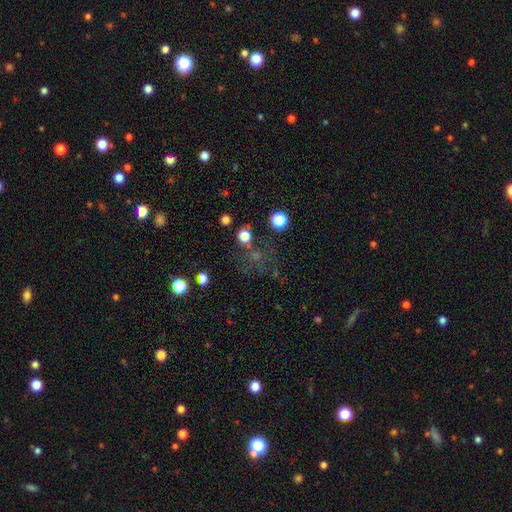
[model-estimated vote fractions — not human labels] This is marginally a star or artifact rather than a galaxy (43%).